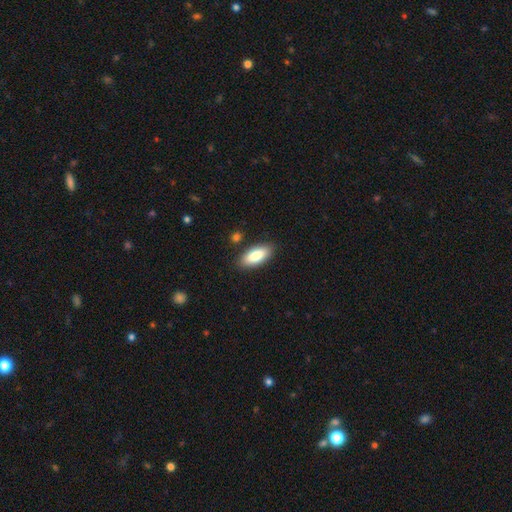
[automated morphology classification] smooth_or_featured: smooth (p=0.85) [alt: featured or disk p=0.09]
how_rounded: in between (p=0.84) [alt: cigar-shaped p=0.14]
merging: none (p=0.87) [alt: minor disturbance p=0.09]